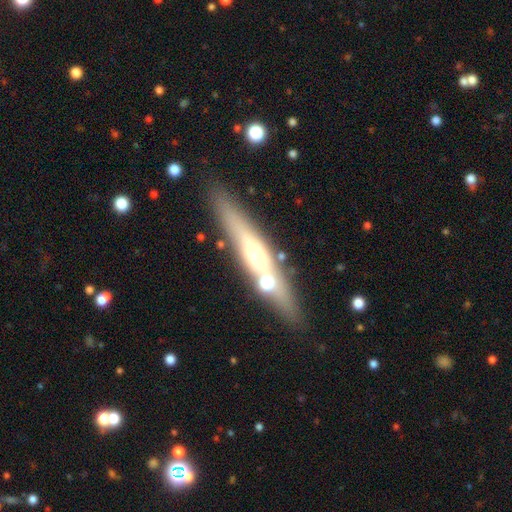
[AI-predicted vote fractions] Smooth or featured? Predicted: featured or disk (p=0.56). Edge-on disk? Predicted: yes (p=0.84). Merging? Predicted: none (p=0.75).